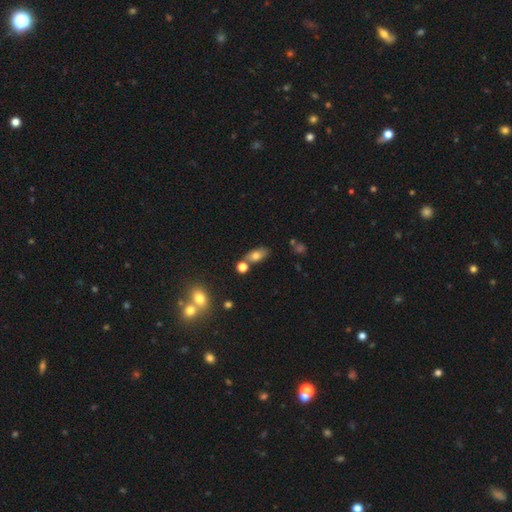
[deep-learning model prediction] Smooth or featured?
  - smooth: 74% *
  - featured or disk: 15%
  - star or artifact: 11%
How rounded?
  - in between: 84% *
  - round: 8%
  - cigar-shaped: 8%
Merging?
  - none: 67% *
  - merger: 17%
  - minor disturbance: 13%
  - major disturbance: 4%